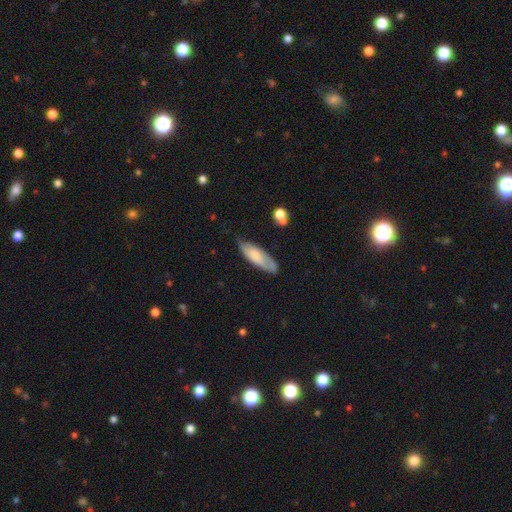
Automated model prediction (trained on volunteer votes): Morphology: type=smooth (61%); roundness=in between (60%); merging=none (64%).